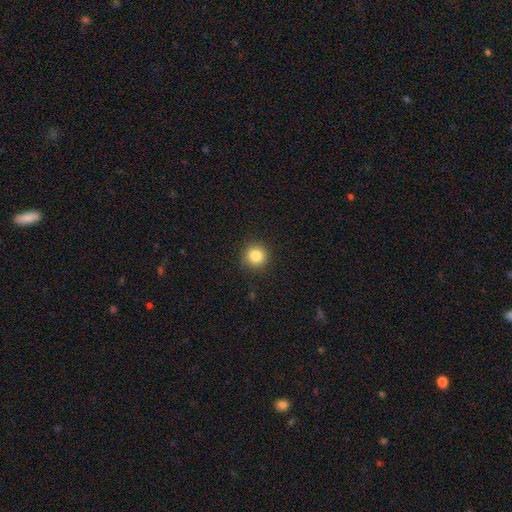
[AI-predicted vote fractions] Overall: smooth (84%). How rounded: round (93%). Merging: none (88%).